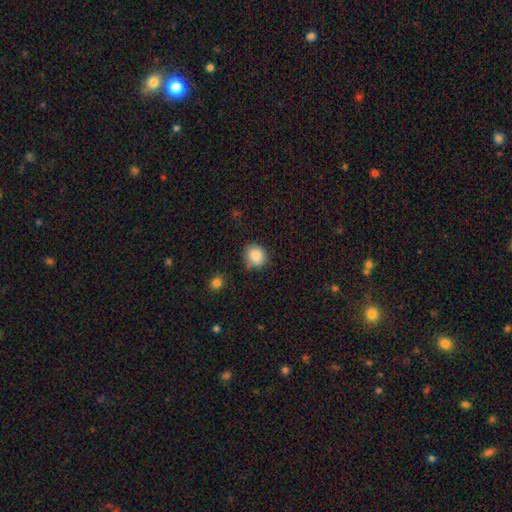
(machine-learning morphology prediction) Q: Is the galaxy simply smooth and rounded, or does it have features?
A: smooth — 87%.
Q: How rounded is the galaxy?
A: round — 80%.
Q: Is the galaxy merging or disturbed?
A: none — 77%.